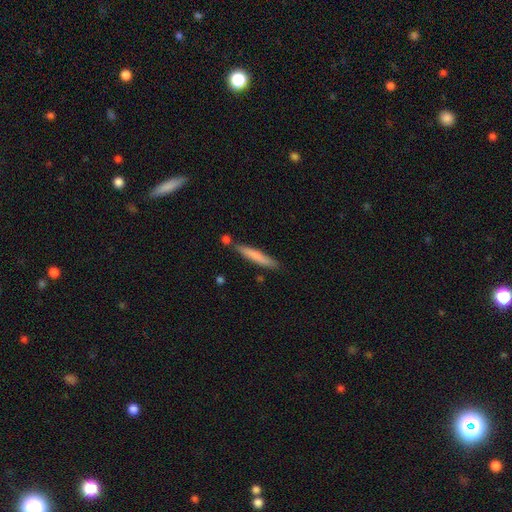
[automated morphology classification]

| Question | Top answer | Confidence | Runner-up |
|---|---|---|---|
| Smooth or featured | smooth | 74% | featured or disk (21%) |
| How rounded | cigar-shaped | 93% | in between (5%) |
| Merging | none | 79% | minor disturbance (12%) |